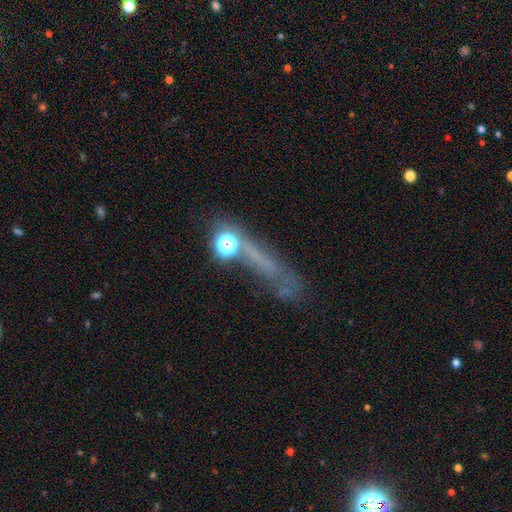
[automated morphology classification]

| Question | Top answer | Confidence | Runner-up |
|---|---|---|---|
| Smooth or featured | smooth | 40% | featured or disk (31%) |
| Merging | none | 40% | major disturbance (30%) |